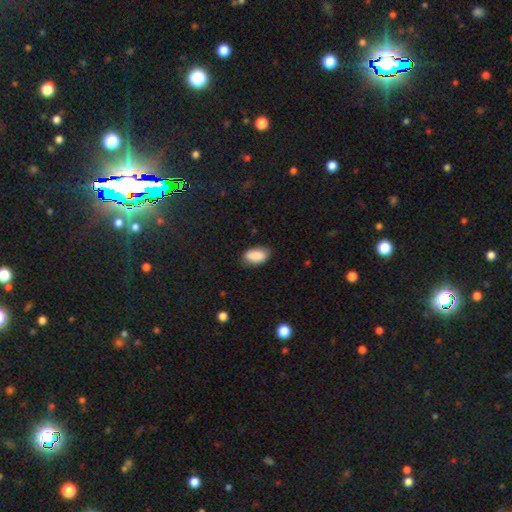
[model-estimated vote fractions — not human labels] A smooth galaxy with no disk features (88%) that is in between round and cigar-shaped (93%). Merging: none (77%).